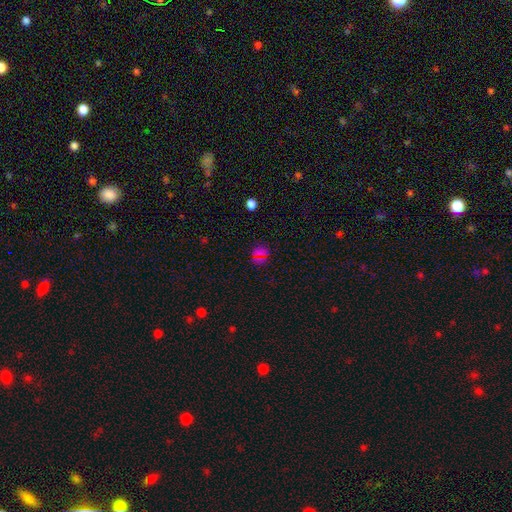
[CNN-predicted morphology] smooth_or_featured: smooth (p=0.58) [alt: star or artifact p=0.34]
how_rounded: round (p=0.86) [alt: in between p=0.12]
merging: none (p=0.86) [alt: minor disturbance p=0.09]